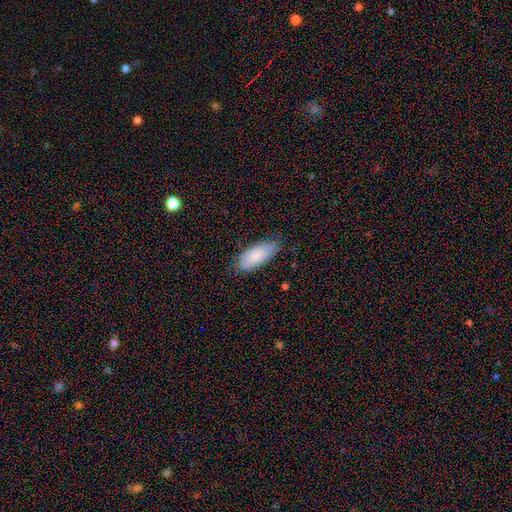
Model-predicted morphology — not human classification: Smooth or featured? Predicted: smooth (p=0.79). How rounded? Predicted: in between (p=0.86). Merging? Predicted: none (p=0.70).